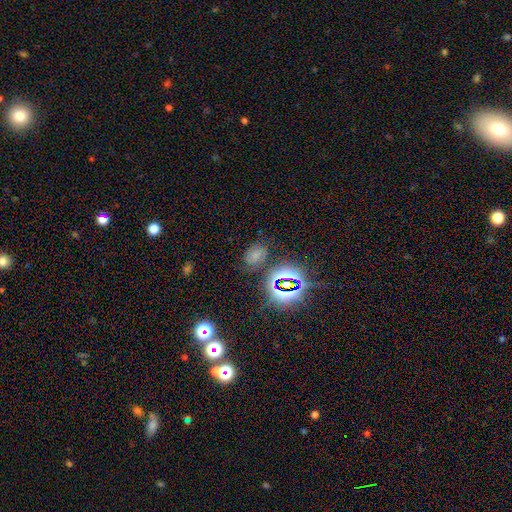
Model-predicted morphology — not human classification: Q: Smooth or featured?
A: smooth (47%); runner-up: star or artifact (38%)
Q: Merging?
A: none (69%); runner-up: minor disturbance (18%)